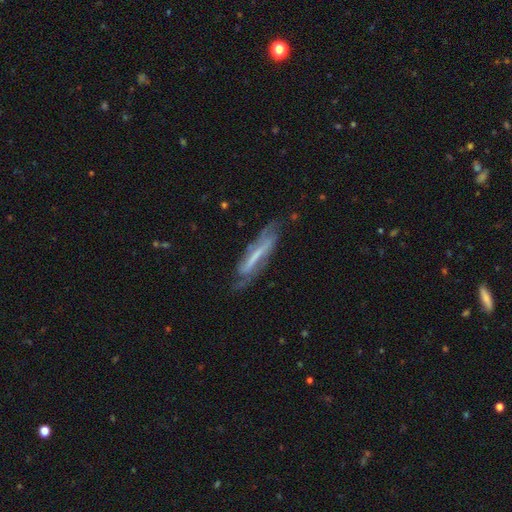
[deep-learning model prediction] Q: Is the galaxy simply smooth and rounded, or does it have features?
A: featured or disk — 73%.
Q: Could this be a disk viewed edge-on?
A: no — 60%.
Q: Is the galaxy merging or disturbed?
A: none — 65%.